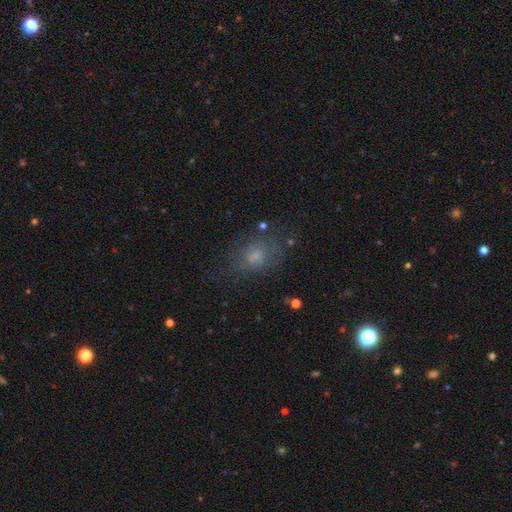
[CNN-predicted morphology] smooth 57%, featured or disk 26%, star or artifact 17%. Down the decision tree: how rounded — in between (64%); merging — none (59%).